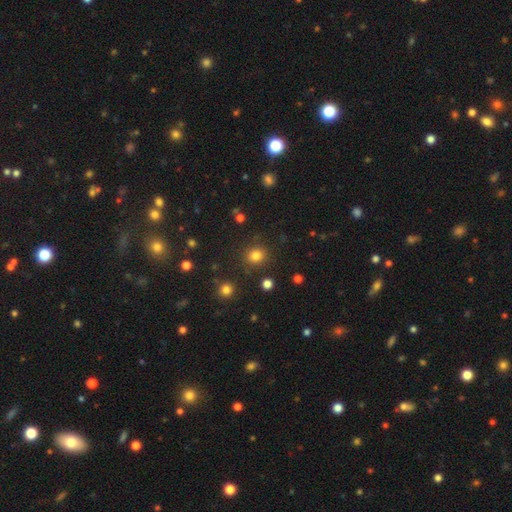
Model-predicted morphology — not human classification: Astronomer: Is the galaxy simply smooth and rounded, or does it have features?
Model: smooth — 81%.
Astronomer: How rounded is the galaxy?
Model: round — 84%.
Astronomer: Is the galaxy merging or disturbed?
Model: none — 86%.